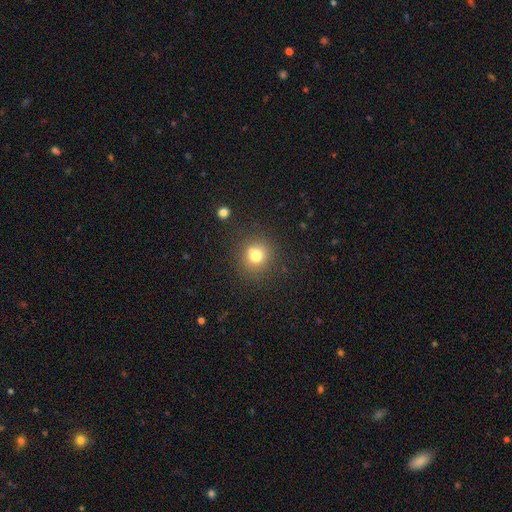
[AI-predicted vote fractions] The model was most divided on "merging": none: 67%, merger: 16%, minor disturbance: 12%, major disturbance: 5%. More confident: how rounded — round (85%); smooth or featured — smooth (72%).